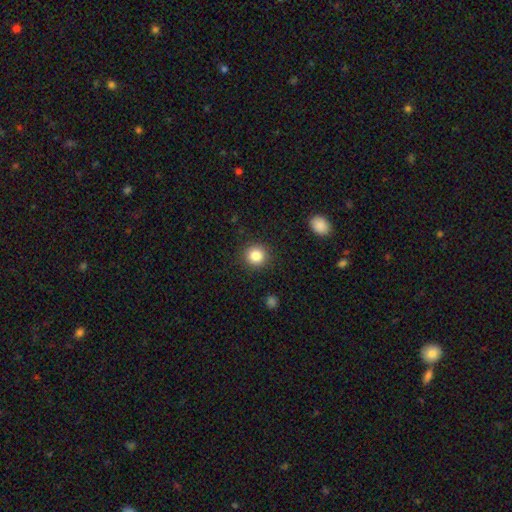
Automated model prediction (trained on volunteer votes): smooth 85%, star or artifact 10%, featured or disk 5%. Down the decision tree: how rounded — round (92%); merging — none (90%).